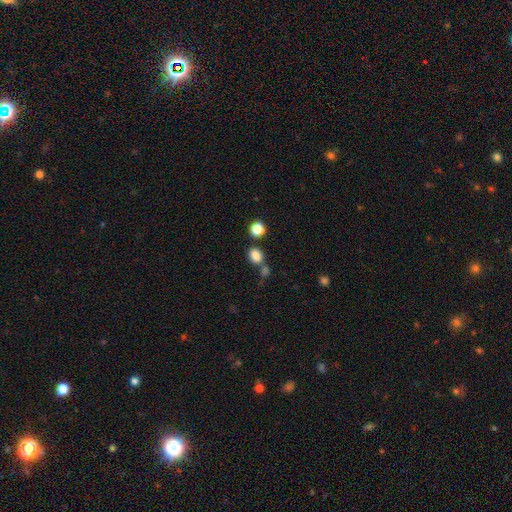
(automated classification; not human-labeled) A smooth galaxy with no disk features (83%) that is in between round and cigar-shaped (55%).

Vote fractions:
- Smooth or featured? smooth: 83% / star or artifact: 12% / featured or disk: 5%
- How rounded? in between: 55% / round: 44% / cigar-shaped: 1%
- Merging? none: 61% / merger: 22% / minor disturbance: 12% / major disturbance: 5%